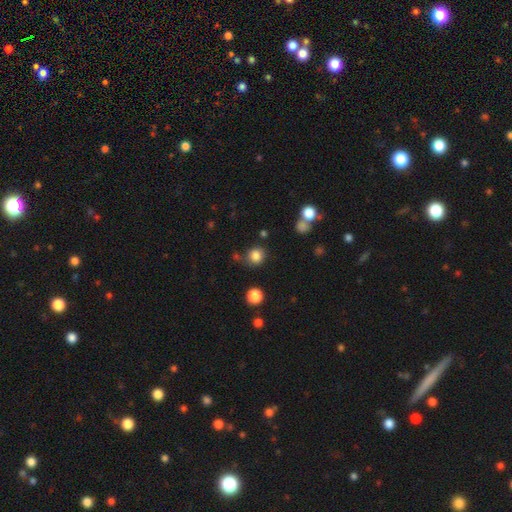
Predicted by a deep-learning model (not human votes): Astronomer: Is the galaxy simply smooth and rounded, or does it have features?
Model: smooth — 83%.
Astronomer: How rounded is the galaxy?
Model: round — 87%.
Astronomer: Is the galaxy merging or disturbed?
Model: none — 77%.